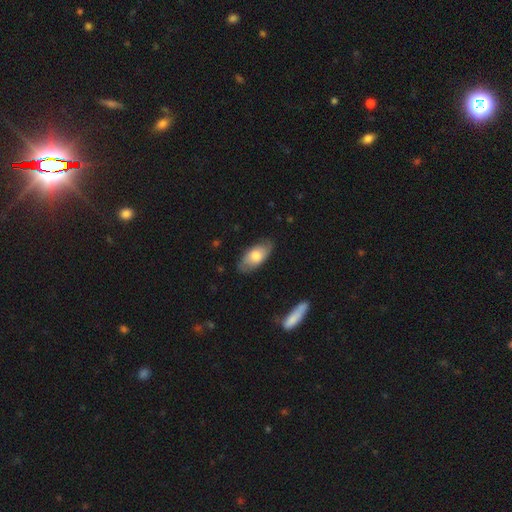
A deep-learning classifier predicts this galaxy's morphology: Smooth or featured? smooth (65%)
How rounded? in between (92%)
Merging? none (78%)